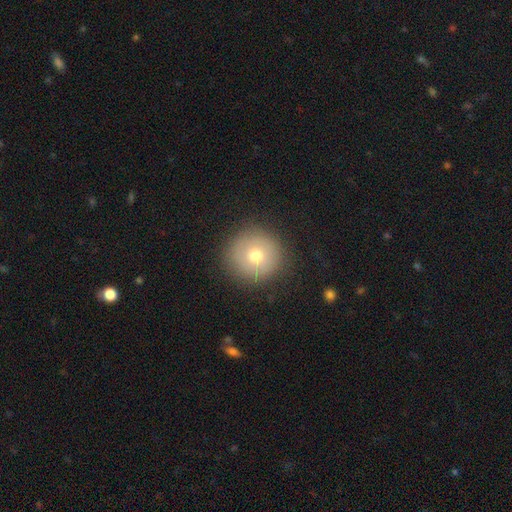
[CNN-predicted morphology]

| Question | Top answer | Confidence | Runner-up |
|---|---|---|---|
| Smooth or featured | smooth | 70% | featured or disk (18%) |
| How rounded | round | 95% | in between (4%) |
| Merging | none | 88% | minor disturbance (8%) |